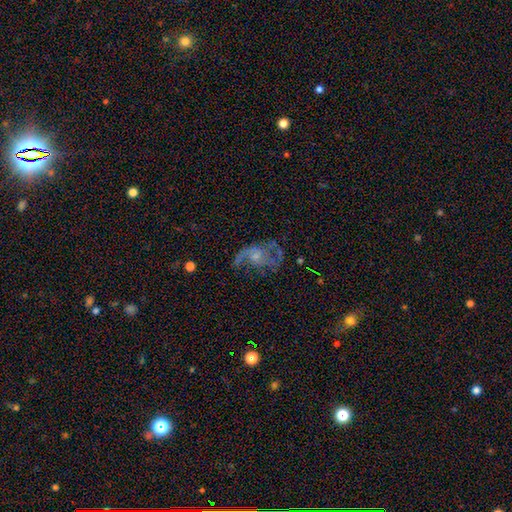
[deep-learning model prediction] smooth-or-featured: featured or disk: 77% | smooth: 14% | star or artifact: 10%
  disk-edge-on: no: 97% | yes: 3%
    bar: no: 69% | weak: 27% | strong: 4%
    has-spiral-arms: yes: 82% | no: 18%
      spiral-winding: loose: 61% | medium: 31% | tight: 8%
      spiral-arm-count: 2: 61% | 1: 14% | can't tell: 13% | 3: 6% | 4: 3% | more than 4: 3%
    bulge-size: small: 55% | moderate: 27% | none: 14% | large: 3% | dominant: 1%
  merging: none: 44% | major disturbance: 32% | minor disturbance: 20% | merger: 4%